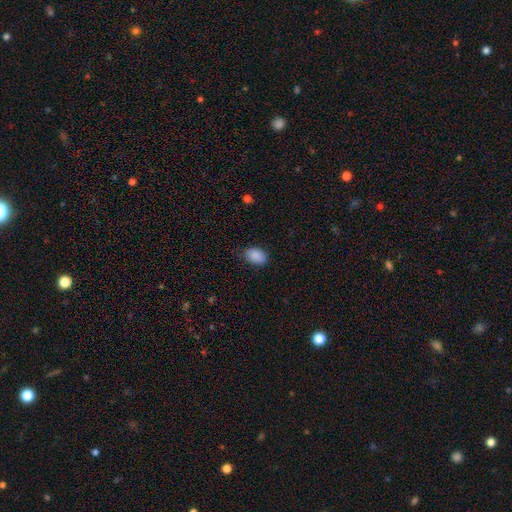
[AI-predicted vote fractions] A smooth galaxy with no disk features (89%) that is in between round and cigar-shaped (83%).

Vote fractions:
- Smooth or featured? smooth: 89% / star or artifact: 8% / featured or disk: 3%
- How rounded? in between: 83% / round: 16% / cigar-shaped: 1%
- Merging? none: 82% / minor disturbance: 14% / major disturbance: 3% / merger: 1%